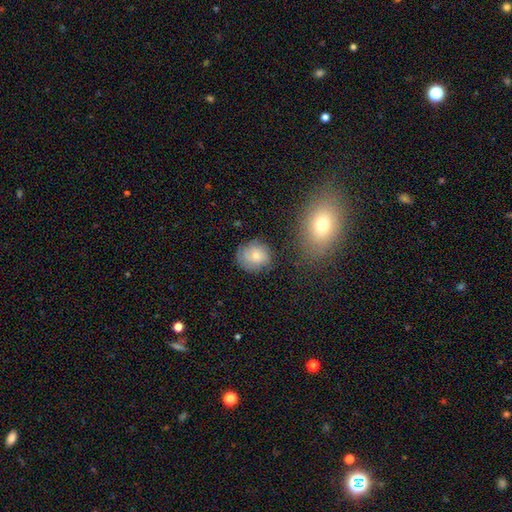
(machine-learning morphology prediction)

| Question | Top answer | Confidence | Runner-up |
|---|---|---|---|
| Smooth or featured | smooth | 59% | featured or disk (32%) |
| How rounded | round | 76% | in between (23%) |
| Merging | none | 71% | minor disturbance (19%) |